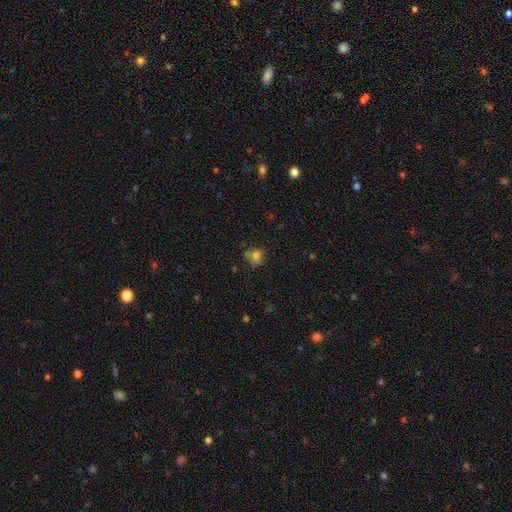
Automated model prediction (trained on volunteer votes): This is likely a smooth galaxy (75%). How rounded: likely round (61%). Merging: possibly none (50%).